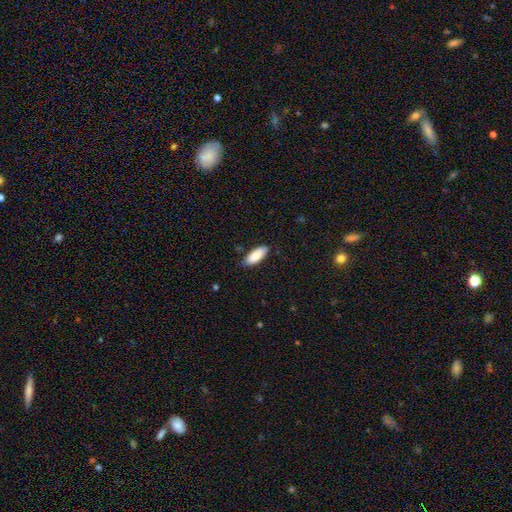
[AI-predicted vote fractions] smooth 87%, featured or disk 7%, star or artifact 6%. Down the decision tree: how rounded — in between (80%); merging — none (82%).